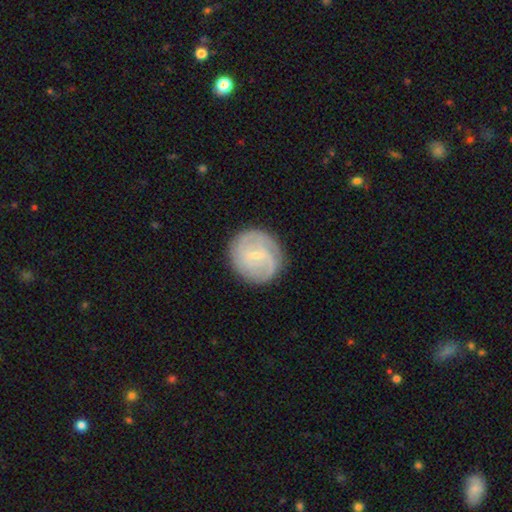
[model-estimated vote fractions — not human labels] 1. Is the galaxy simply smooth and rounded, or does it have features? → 74% featured or disk, 20% smooth, 6% star or artifact.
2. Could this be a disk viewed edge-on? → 98% no, 2% yes.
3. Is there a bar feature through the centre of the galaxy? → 58% weak, 25% no, 16% strong.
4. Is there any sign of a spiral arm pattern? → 92% yes, 8% no.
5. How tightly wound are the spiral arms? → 56% tight, 33% medium, 10% loose.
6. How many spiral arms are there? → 35% 2, 31% can't tell, 18% 3, 6% 4, 5% 1, 4% more than 4.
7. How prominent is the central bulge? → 77% small, 17% moderate, 5% none, 1% large, 1% dominant.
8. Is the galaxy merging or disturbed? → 81% none, 13% minor disturbance, 4% major disturbance, 1% merger.